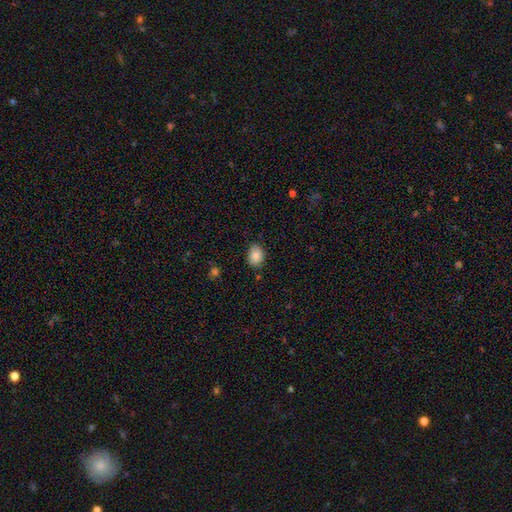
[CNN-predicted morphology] A smooth galaxy with no disk features (86%) that is in between round and cigar-shaped (67%).

Vote fractions:
- Smooth or featured? smooth: 86% / star or artifact: 8% / featured or disk: 6%
- How rounded? in between: 67% / round: 32% / cigar-shaped: 1%
- Merging? none: 82% / minor disturbance: 13% / major disturbance: 2% / merger: 2%